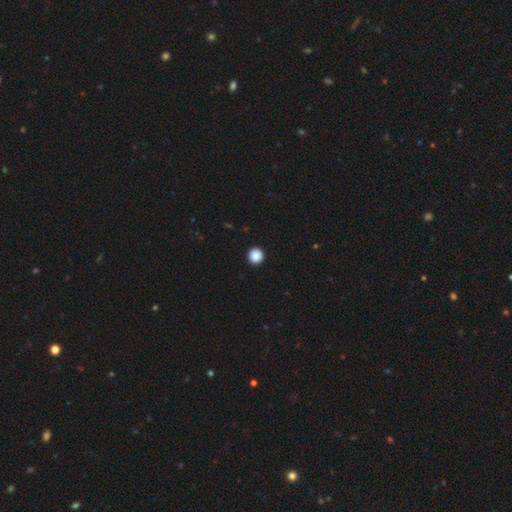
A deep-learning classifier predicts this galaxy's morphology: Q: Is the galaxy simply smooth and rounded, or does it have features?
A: smooth — 89%.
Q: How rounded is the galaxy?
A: round — 96%.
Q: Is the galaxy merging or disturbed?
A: none — 94%.